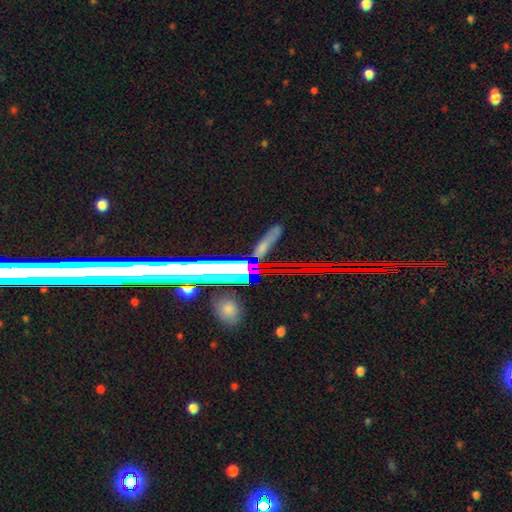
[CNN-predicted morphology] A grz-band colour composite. It shows a star or artifact, not a galaxy (49%).